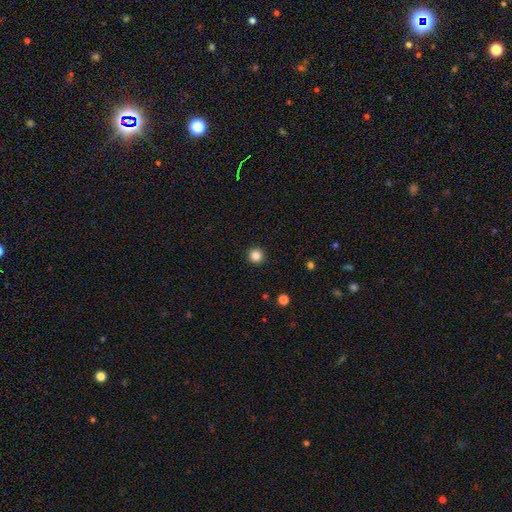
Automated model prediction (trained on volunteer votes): This is clearly a smooth galaxy (84%). How rounded: clearly round (96%). Merging: clearly none (94%).